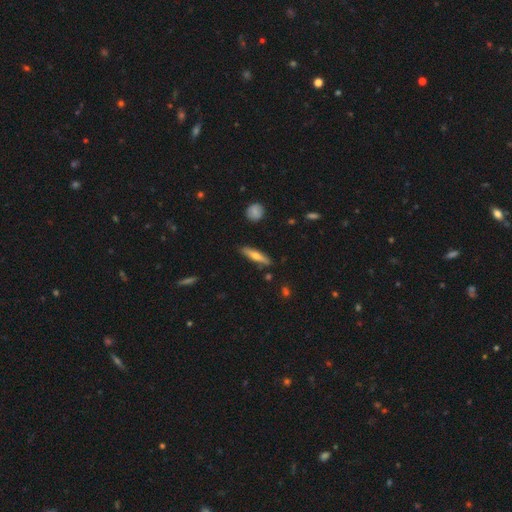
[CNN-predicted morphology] This is possibly a smooth galaxy (53%). How rounded: clearly cigar-shaped (81%). Merging: clearly none (85%).